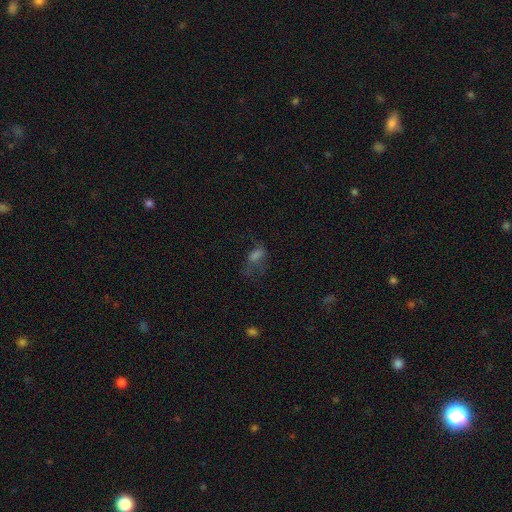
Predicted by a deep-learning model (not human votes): This is possibly a smooth galaxy (49%). Merging: marginally major disturbance (39%).